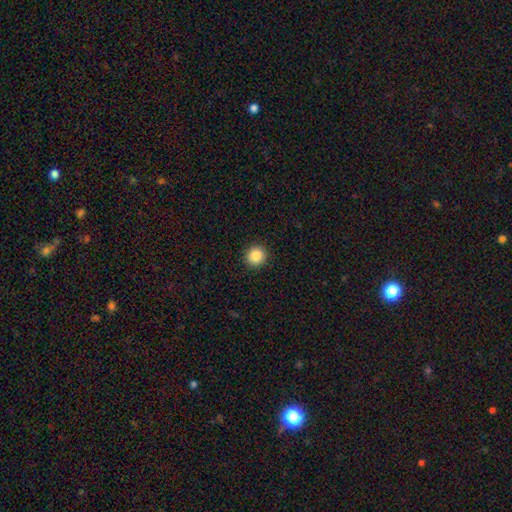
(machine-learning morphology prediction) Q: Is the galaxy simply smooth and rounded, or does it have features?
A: smooth — 87%.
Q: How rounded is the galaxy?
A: round — 93%.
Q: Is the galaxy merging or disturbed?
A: none — 93%.